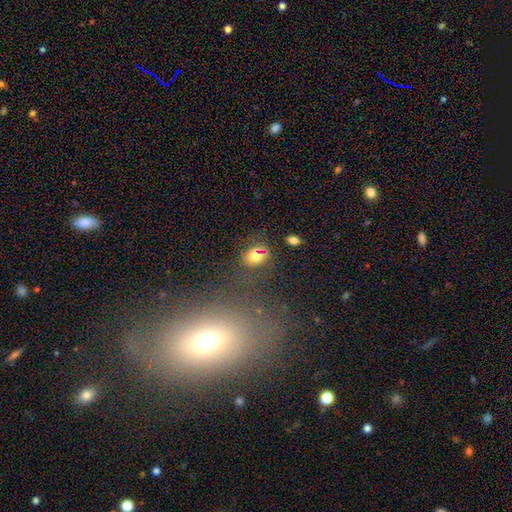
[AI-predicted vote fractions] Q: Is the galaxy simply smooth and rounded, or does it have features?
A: smooth — 71%.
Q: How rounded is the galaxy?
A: in between — 59%.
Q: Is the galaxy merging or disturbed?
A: none — 67%.